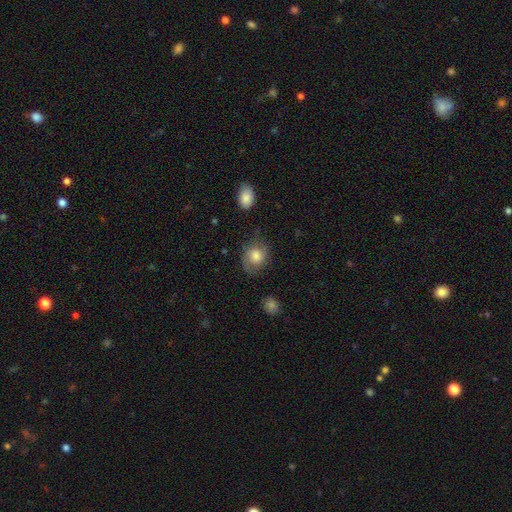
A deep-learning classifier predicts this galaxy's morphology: Smooth or featured? smooth (62%)
How rounded? round (63%)
Merging? none (64%)